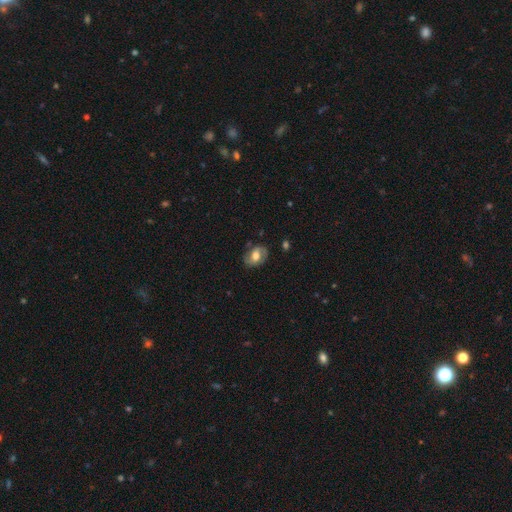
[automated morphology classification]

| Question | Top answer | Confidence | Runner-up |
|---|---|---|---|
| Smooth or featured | featured or disk | 53% | smooth (39%) |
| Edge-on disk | no | 95% | yes (5%) |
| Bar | no | 50% | weak (37%) |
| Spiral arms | yes | 71% | no (29%) |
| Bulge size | moderate | 53% | large (33%) |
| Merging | none | 75% | minor disturbance (17%) |